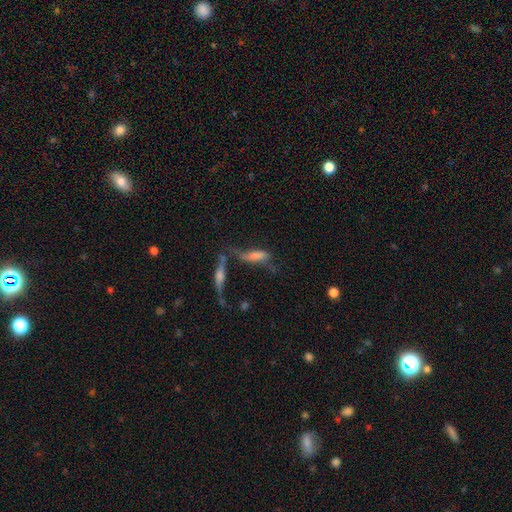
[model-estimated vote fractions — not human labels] Overall: smooth (45%; featured or disk 40%). Merging: none (33%; merger 31%).